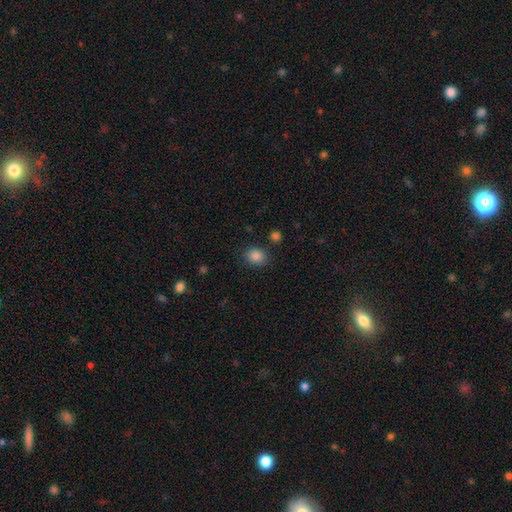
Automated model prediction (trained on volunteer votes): smooth 86%, star or artifact 10%, featured or disk 4%. Down the decision tree: how rounded — round (58%); merging — none (83%).